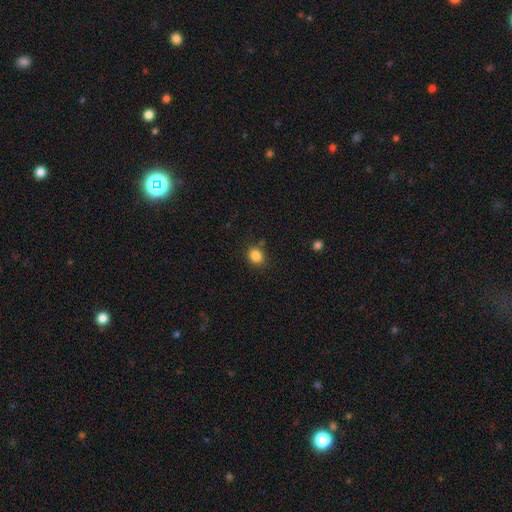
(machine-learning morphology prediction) A smooth galaxy with no disk features (85%) that is round (62%). Merging: none (82%).